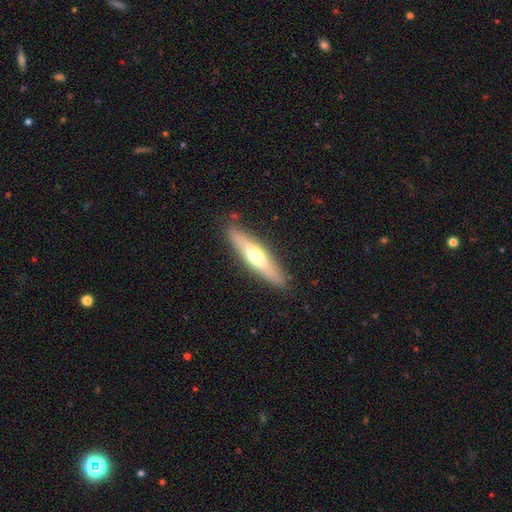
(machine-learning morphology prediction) type=featured or disk (47%, tied with smooth); merging=none (87%).